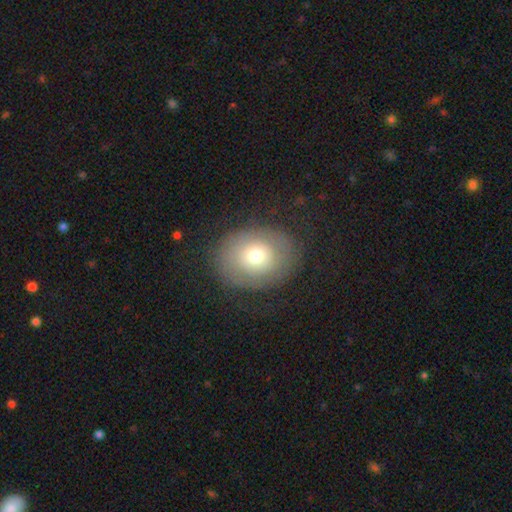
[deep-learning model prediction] smooth 63%, featured or disk 27%, star or artifact 9%. Down the decision tree: how rounded — in between (52%); merging — none (78%).